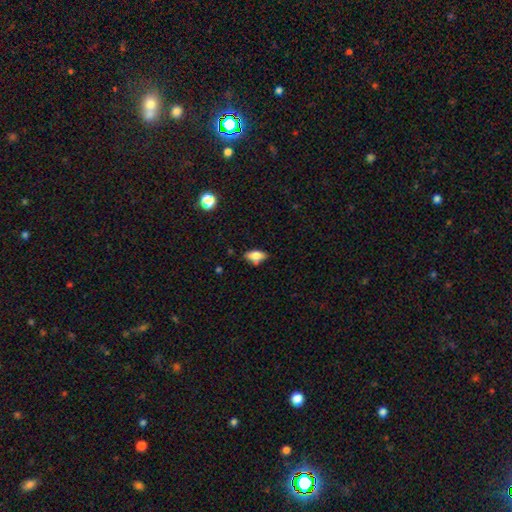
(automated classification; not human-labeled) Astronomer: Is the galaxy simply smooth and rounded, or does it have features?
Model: smooth — 76%.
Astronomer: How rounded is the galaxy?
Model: in between — 87%.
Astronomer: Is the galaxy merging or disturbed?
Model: none — 68%.